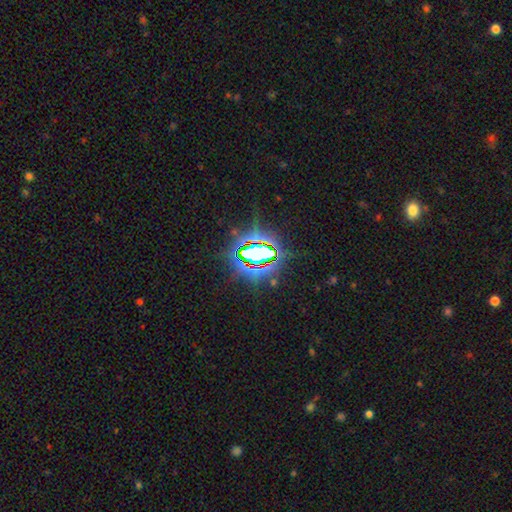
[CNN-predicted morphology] smooth-or-featured: star or artifact: 80% | smooth: 11% | featured or disk: 9%